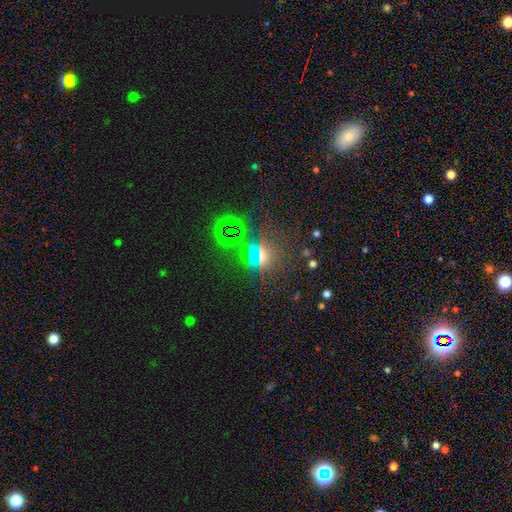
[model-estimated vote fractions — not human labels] A star or artifact, not a galaxy (68%).

Vote fractions:
- Smooth or featured? star or artifact: 68% / smooth: 22% / featured or disk: 9%